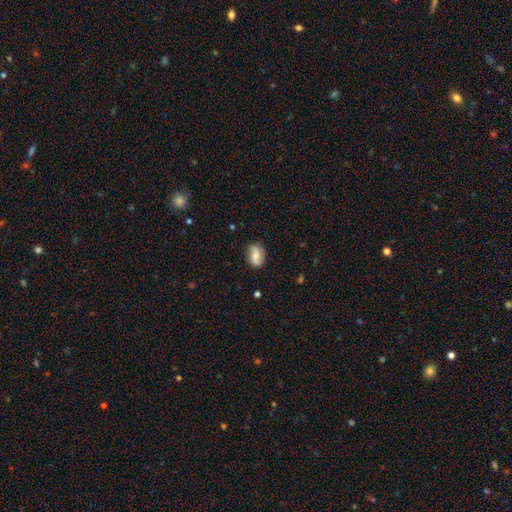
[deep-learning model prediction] Overall: smooth (56%; featured or disk 36%). How rounded: in between (80%). Merging: none (79%).